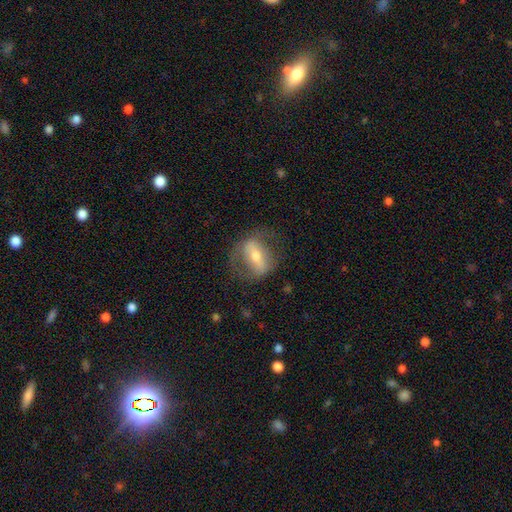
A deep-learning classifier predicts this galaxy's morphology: This appears to be a featured or disk galaxy (59%). Merging: none (63%).